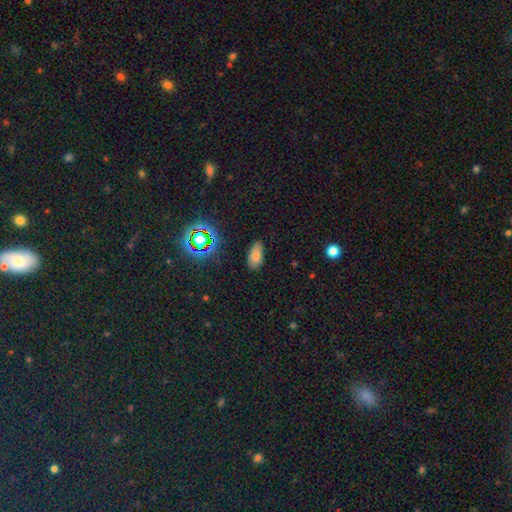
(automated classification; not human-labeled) Morphology: type=smooth (73%); roundness=in between (91%); merging=none (80%).